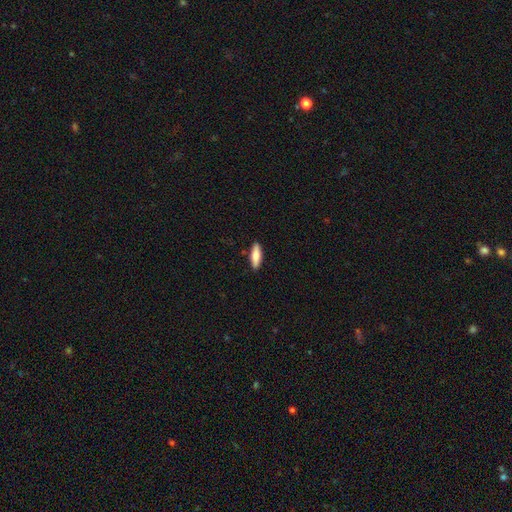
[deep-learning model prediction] smooth 82%, featured or disk 13%, star or artifact 6%. Down the decision tree: how rounded — cigar-shaped (50%); merging — none (89%).